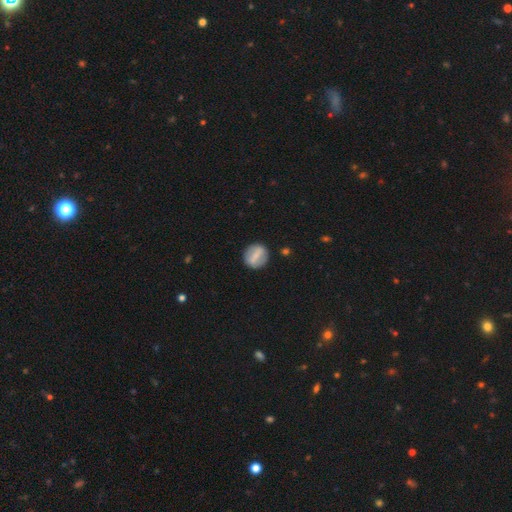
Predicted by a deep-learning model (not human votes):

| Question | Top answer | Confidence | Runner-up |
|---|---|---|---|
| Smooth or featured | smooth | 53% | featured or disk (39%) |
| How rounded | round | 70% | in between (25%) |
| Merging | none | 87% | minor disturbance (8%) |